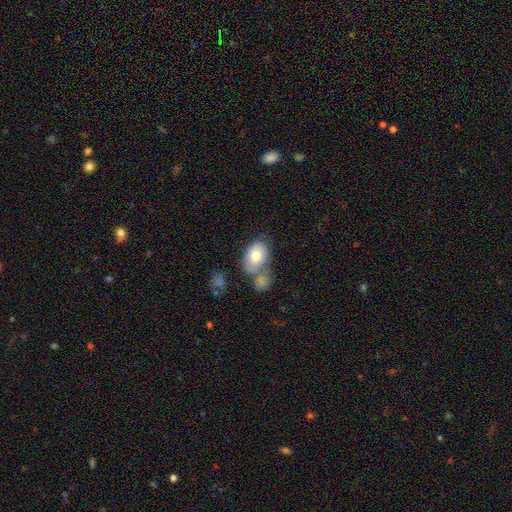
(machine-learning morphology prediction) Smooth or featured? smooth (78%)
How rounded? in between (87%)
Merging? none (41%)